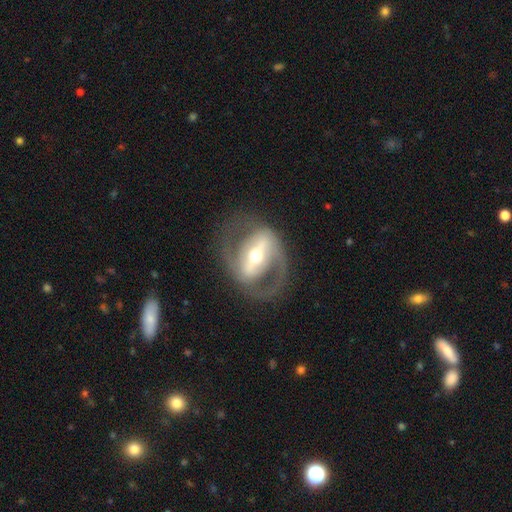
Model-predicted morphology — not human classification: featured or disk 84%, smooth 11%, star or artifact 5%. Down the decision tree: edge-on disk — no (93%); bar — strong (63%); spiral arms — yes (74%); spiral arm count — 2 (83%); spiral winding — medium (50%); bulge size — moderate (67%); merging — none (71%).